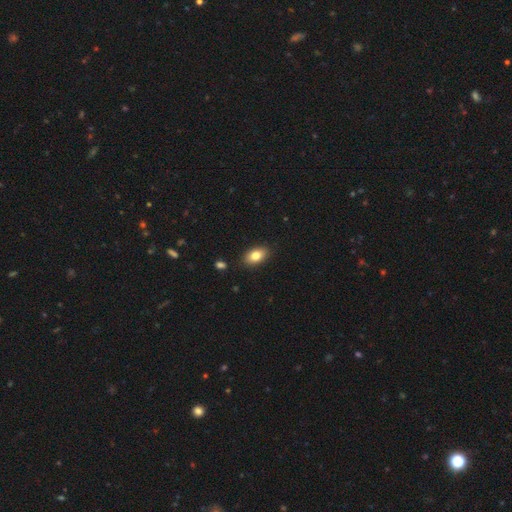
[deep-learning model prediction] smooth_or_featured: smooth (p=0.81) [alt: featured or disk p=0.11]
how_rounded: in between (p=0.90) [alt: round p=0.08]
merging: none (p=0.88) [alt: minor disturbance p=0.09]